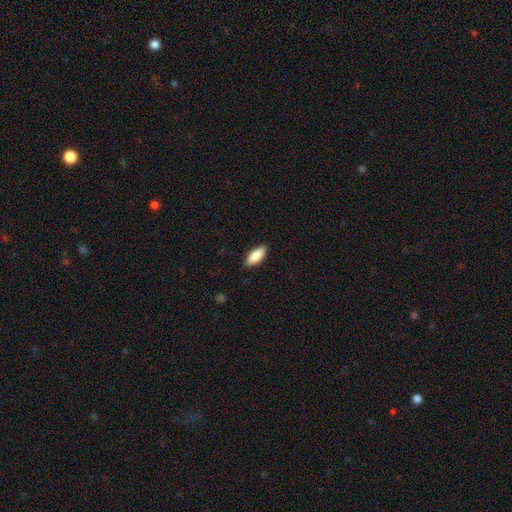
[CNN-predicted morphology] This is clearly a smooth galaxy (85%). How rounded: likely in between (77%). Merging: clearly none (88%).